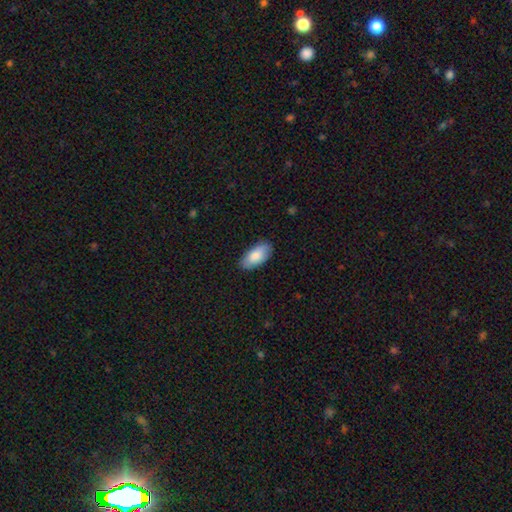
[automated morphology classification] A smooth galaxy with no disk features (84%) that is in between round and cigar-shaped (93%).

Vote fractions:
- Smooth or featured? smooth: 84% / featured or disk: 11% / star or artifact: 6%
- How rounded? in between: 93% / cigar-shaped: 5% / round: 2%
- Merging? none: 85% / minor disturbance: 12% / major disturbance: 2% / merger: 1%